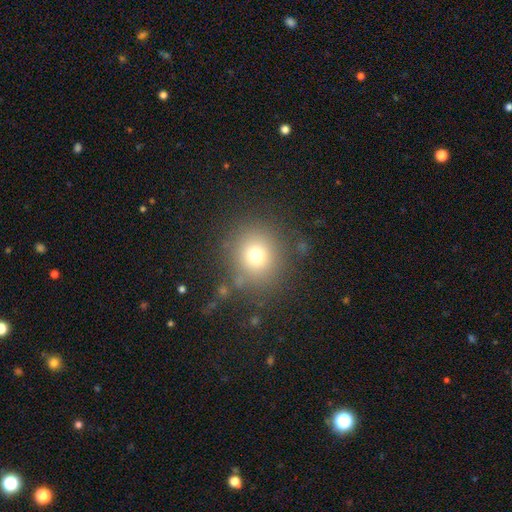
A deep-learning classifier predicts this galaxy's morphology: This is likely a smooth galaxy (72%). How rounded: clearly round (89%). Merging: clearly none (82%).